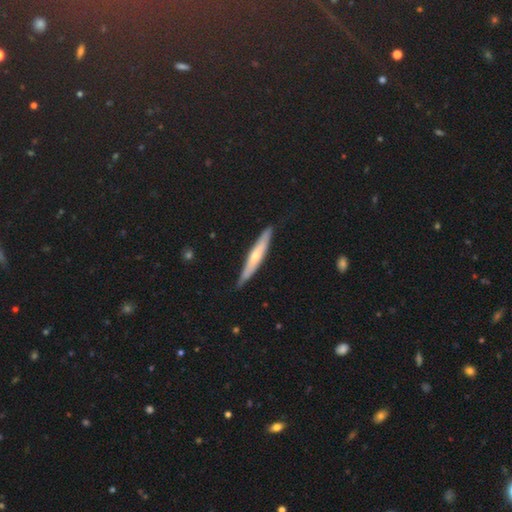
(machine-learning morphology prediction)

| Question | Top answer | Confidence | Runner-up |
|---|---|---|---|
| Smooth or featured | featured or disk | 51% | smooth (43%) |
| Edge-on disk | yes | 91% | no (9%) |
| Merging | none | 85% | minor disturbance (12%) |